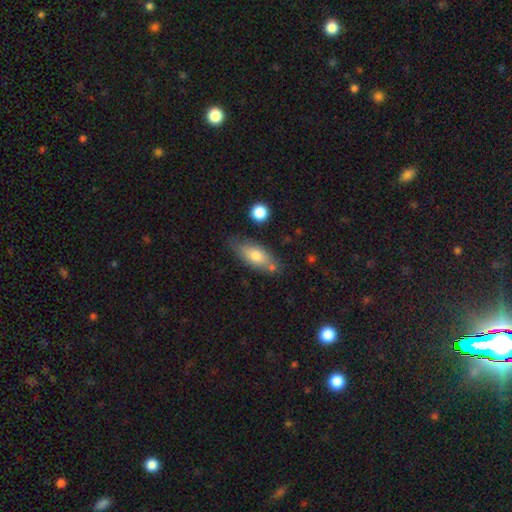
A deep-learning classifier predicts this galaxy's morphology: type=smooth (72%); roundness=in between (79%); merging=none (66%).